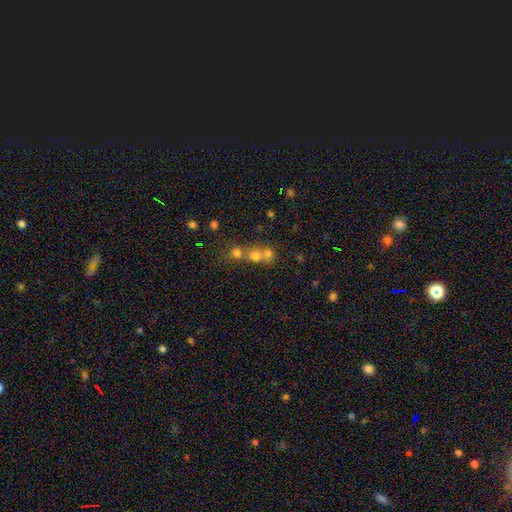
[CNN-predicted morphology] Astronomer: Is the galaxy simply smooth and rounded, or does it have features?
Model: smooth — 65%.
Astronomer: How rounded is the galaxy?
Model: round — 81%.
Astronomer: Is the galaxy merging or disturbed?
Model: merger — 60%.